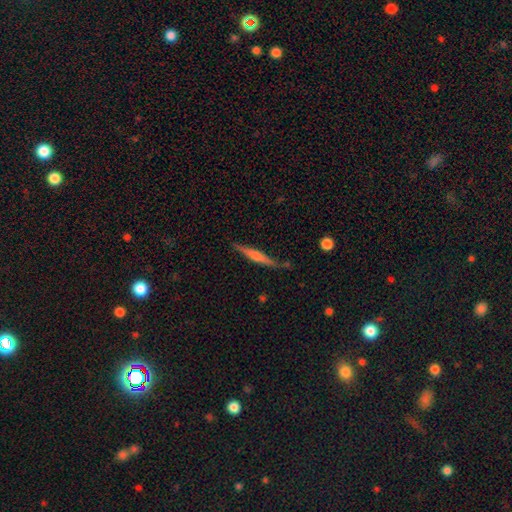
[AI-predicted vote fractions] smooth_or_featured: featured or disk (p=0.58) [alt: smooth p=0.36]
disk_edge_on: yes (p=0.97) [alt: no p=0.03]
edge_on_bulge: rounded (p=0.53) [alt: none p=0.25]
merging: none (p=0.82) [alt: minor disturbance p=0.13]